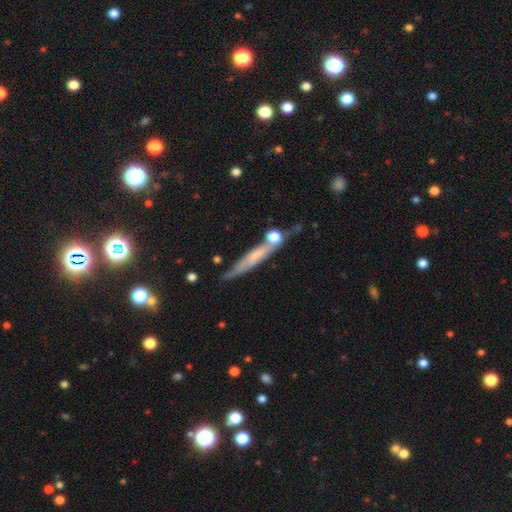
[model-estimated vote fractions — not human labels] The model was most divided on "smooth or featured": featured or disk: 46%, smooth: 44%, star or artifact: 10%. More confident: merging — none (68%).